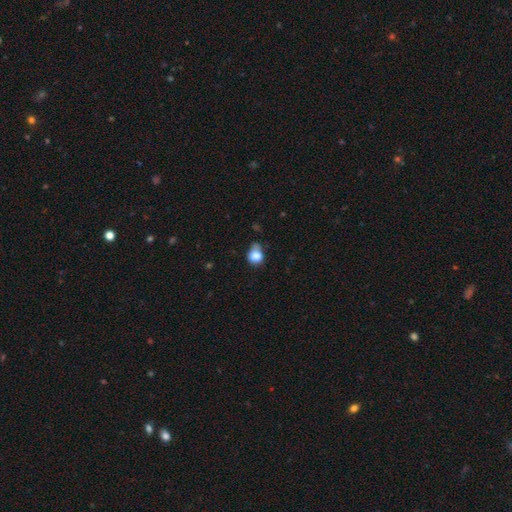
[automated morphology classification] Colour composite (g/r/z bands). It shows a smooth galaxy with no disk features (80%) that is round (57%). Merging: minor disturbance (38%).